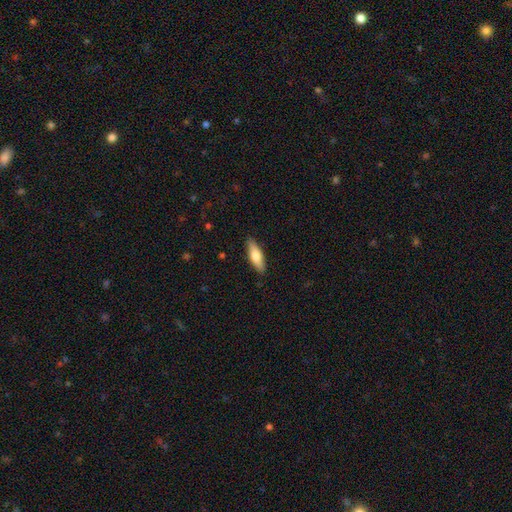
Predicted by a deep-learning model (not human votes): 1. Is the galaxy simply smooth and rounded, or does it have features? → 66% smooth, 28% featured or disk, 6% star or artifact.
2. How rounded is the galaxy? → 50% cigar-shaped, 48% in between, 2% round.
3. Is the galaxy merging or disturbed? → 88% none, 9% minor disturbance, 2% major disturbance, 1% merger.